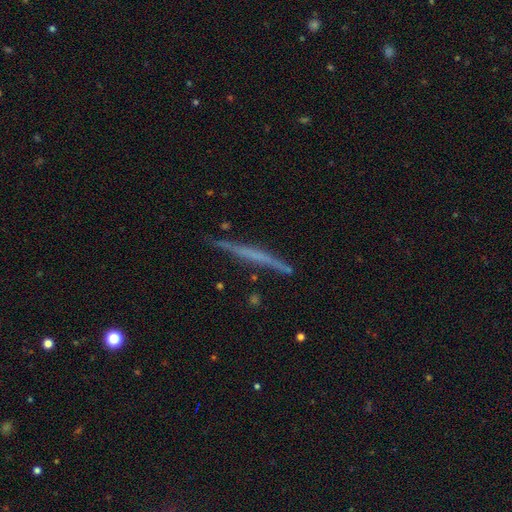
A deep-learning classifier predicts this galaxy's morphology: featured or disk 55%, smooth 38%, star or artifact 7%. Down the decision tree: edge-on disk — yes (97%); edge-on bulge — none (87%); merging — none (85%).